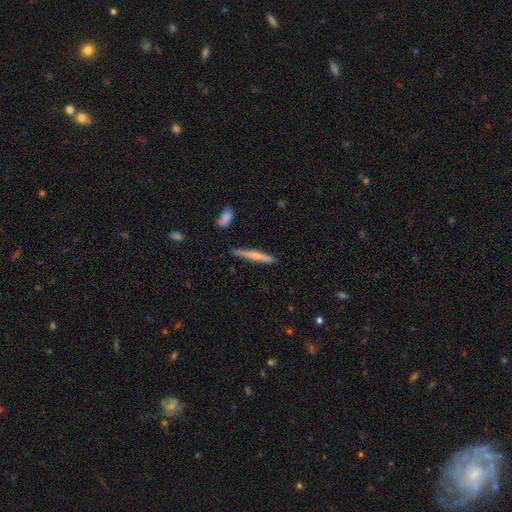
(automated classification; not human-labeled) A smooth galaxy with no disk features (57%) that is cigar-shaped (94%). Merging: none (85%).